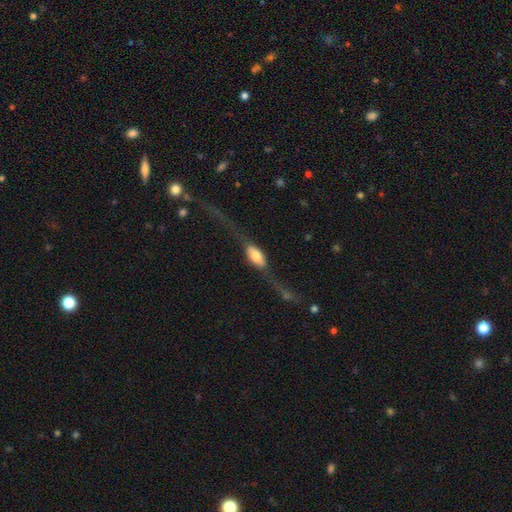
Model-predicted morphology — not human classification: This appears to be a featured or disk galaxy (57%) viewed edge-on (72%). Merging: major disturbance (38%).